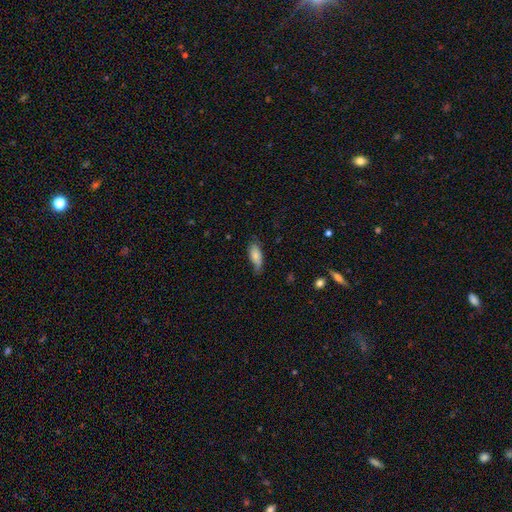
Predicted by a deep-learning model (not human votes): A smooth galaxy with no disk features (76%) that is in between round and cigar-shaped (81%). Merging: none (58%).